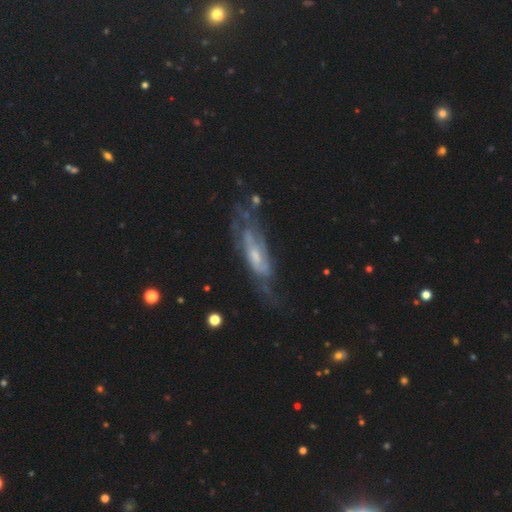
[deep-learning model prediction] smooth-or-featured: featured or disk: 73% | smooth: 20% | star or artifact: 7%
  disk-edge-on: no: 75% | yes: 25%
    bar: no: 59% | weak: 34% | strong: 7%
    has-spiral-arms: yes: 71% | no: 29%
    bulge-size: small: 47% | moderate: 39% | none: 8% | large: 5% | dominant: 1%
  merging: none: 54% | minor disturbance: 24% | major disturbance: 18% | merger: 3%